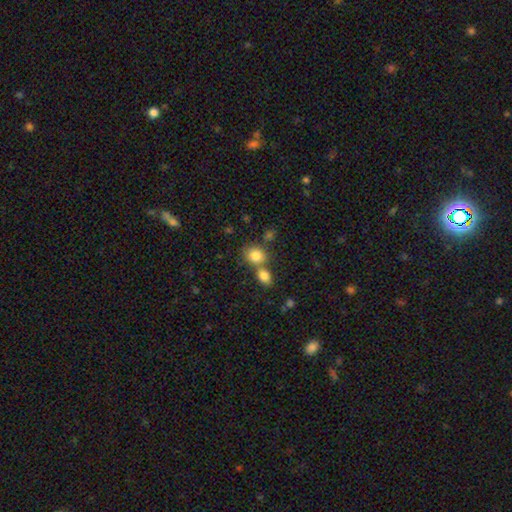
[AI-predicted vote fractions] Morphology: type=smooth (82%); roundness=round (58%); merging=none (46%).